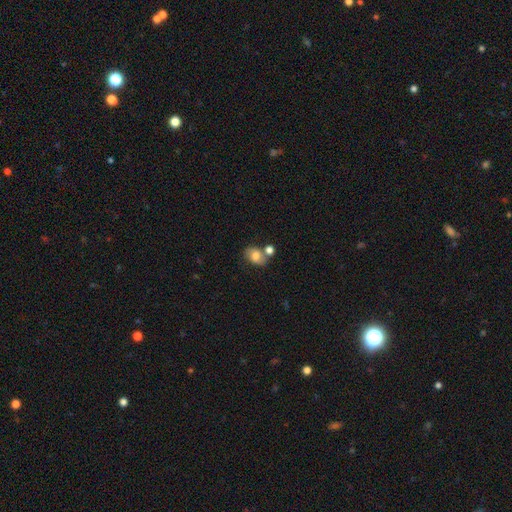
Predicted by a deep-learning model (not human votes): A smooth galaxy with no disk features (58%) that is in between round and cigar-shaped (63%).

Vote fractions:
- Smooth or featured? smooth: 58% / featured or disk: 31% / star or artifact: 10%
- How rounded? in between: 63% / round: 36% / cigar-shaped: 1%
- Merging? none: 53% / merger: 26% / minor disturbance: 16% / major disturbance: 6%